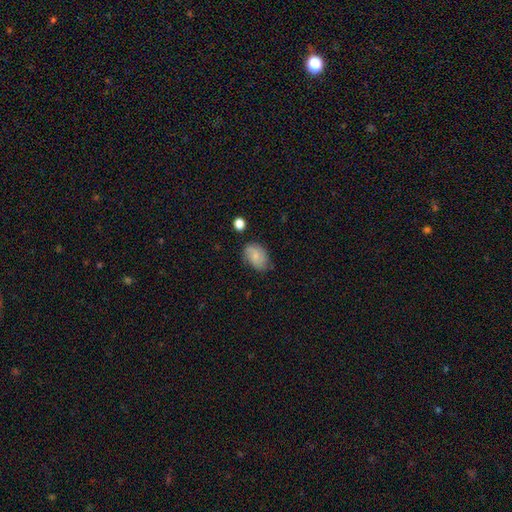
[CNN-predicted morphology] type=smooth (66%); roundness=in between (81%); merging=none (69%).